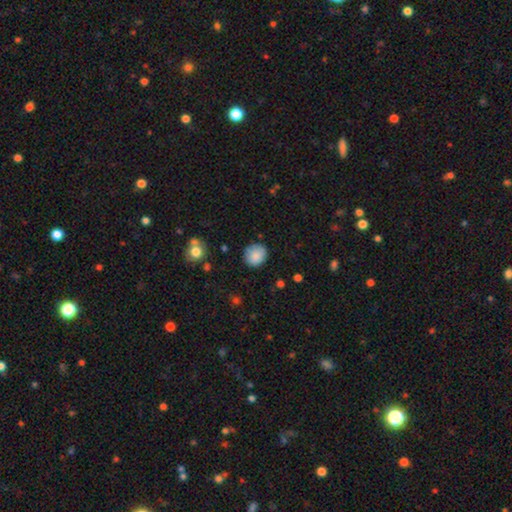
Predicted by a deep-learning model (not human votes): This appears to be a smooth galaxy with no disk features (85%) that is round (83%). Merging: none (80%).